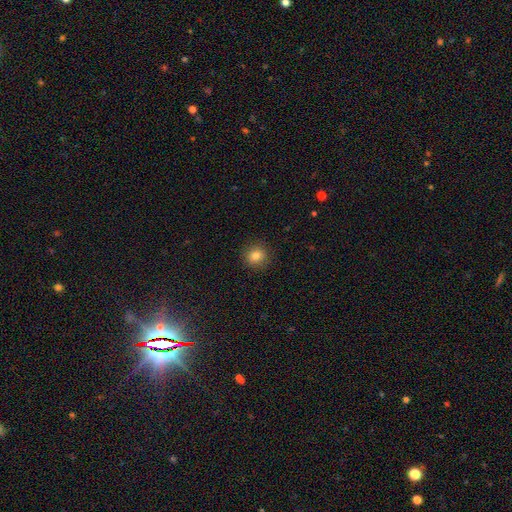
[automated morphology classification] type=smooth (82%); roundness=round (88%); merging=none (91%).